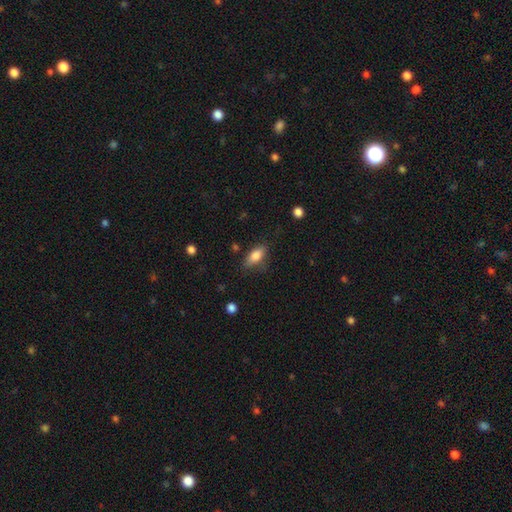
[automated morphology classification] A smooth galaxy with no disk features (81%) that is in between round and cigar-shaped (83%).

Vote fractions:
- Smooth or featured? smooth: 81% / featured or disk: 11% / star or artifact: 8%
- How rounded? in between: 83% / cigar-shaped: 13% / round: 4%
- Merging? none: 74% / minor disturbance: 19% / major disturbance: 5% / merger: 2%